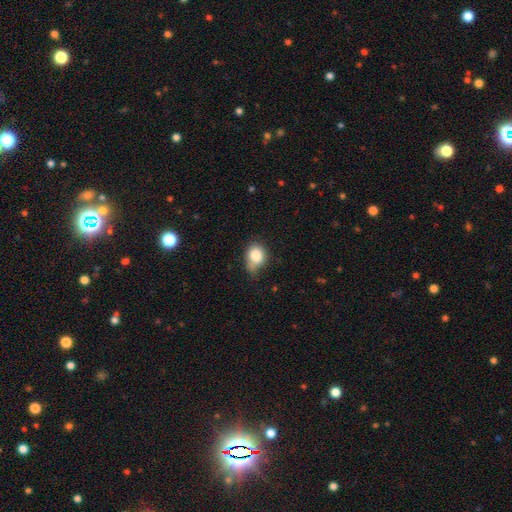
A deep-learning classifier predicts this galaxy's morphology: This appears to be a smooth galaxy with no disk features (81%) that is in between round and cigar-shaped (53%). Merging: none (46%).